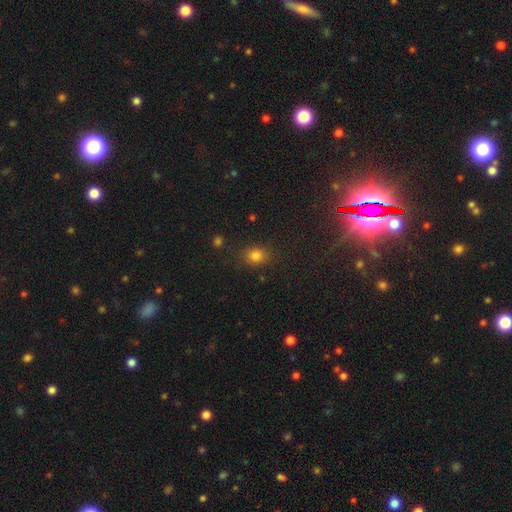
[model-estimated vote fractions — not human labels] Smooth or featured? Predicted: smooth (p=0.80). How rounded? Predicted: round (p=0.56). Merging? Predicted: none (p=0.81).